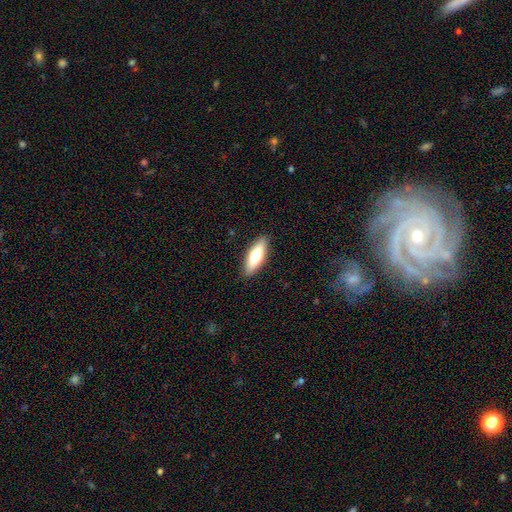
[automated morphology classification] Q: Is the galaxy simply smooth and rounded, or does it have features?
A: smooth — 65%.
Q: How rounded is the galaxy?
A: in between — 51%.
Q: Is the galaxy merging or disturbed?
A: none — 89%.